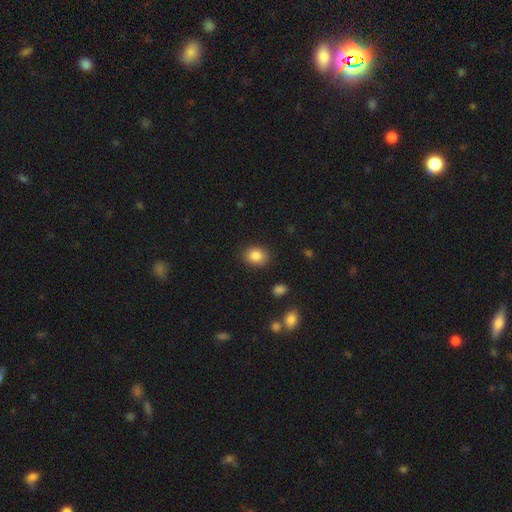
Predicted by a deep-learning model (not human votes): smooth-or-featured: smooth: 85% | star or artifact: 9% | featured or disk: 6%
  how-rounded: round: 51% | in between: 48% | cigar-shaped: 1%
  merging: none: 87% | minor disturbance: 9% | major disturbance: 3% | merger: 1%